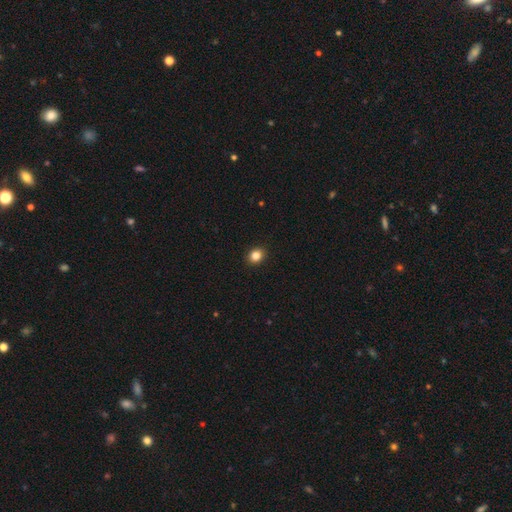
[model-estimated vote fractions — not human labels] Smooth or featured?
  - smooth: 84% *
  - star or artifact: 11%
  - featured or disk: 5%
How rounded?
  - round: 66% *
  - in between: 33%
  - cigar-shaped: 1%
Merging?
  - none: 92% *
  - minor disturbance: 5%
  - major disturbance: 2%
  - merger: 1%